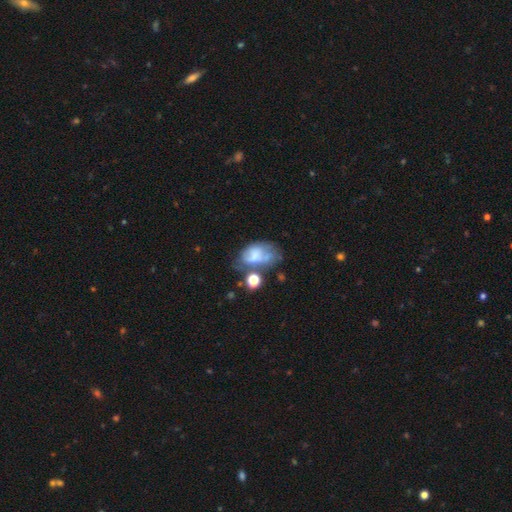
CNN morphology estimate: Smooth or featured? smooth (54%)
How rounded? in between (85%)
Merging? none (27%, tied with minor disturbance)